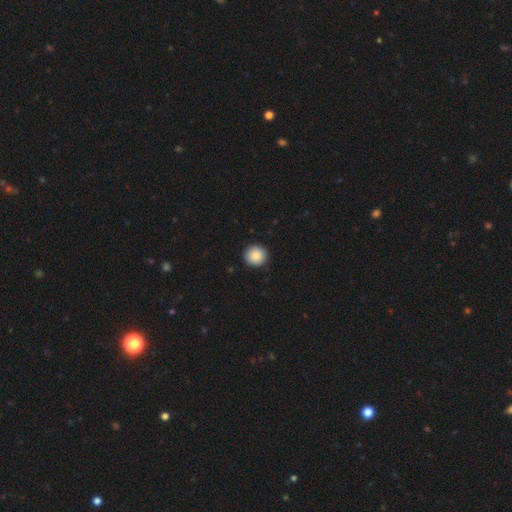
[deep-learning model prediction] A smooth galaxy with no disk features (88%) that is round (94%). Merging: none (92%).